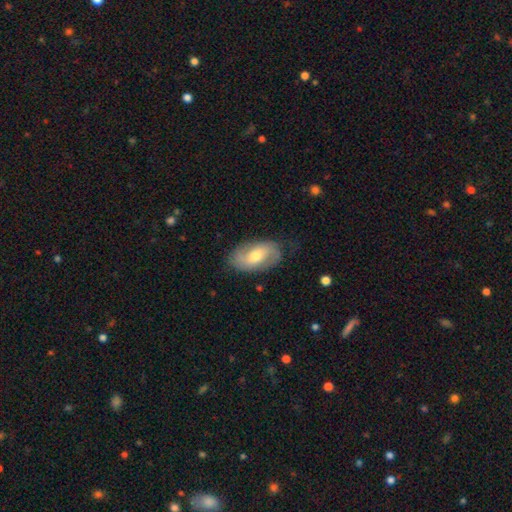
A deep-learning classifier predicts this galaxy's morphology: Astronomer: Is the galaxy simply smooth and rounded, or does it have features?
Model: featured or disk — 53% (runner-up: smooth, 40%).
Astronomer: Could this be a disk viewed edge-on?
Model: no — 92%.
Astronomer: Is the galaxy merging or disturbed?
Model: none — 74%.